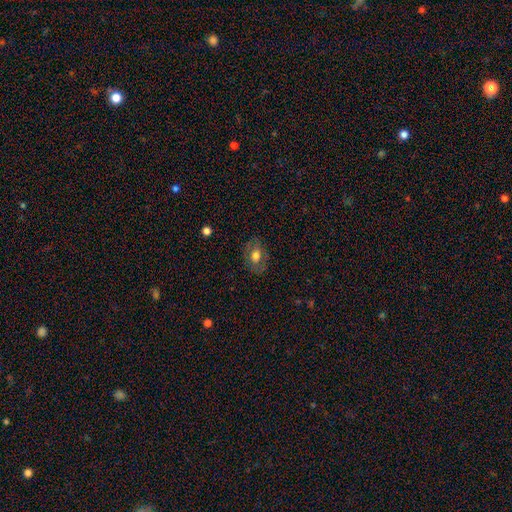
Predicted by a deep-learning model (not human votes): Q: Smooth or featured?
A: smooth (55%); runner-up: featured or disk (37%)
Q: How rounded?
A: in between (77%); runner-up: round (22%)
Q: Merging?
A: none (79%); runner-up: minor disturbance (15%)